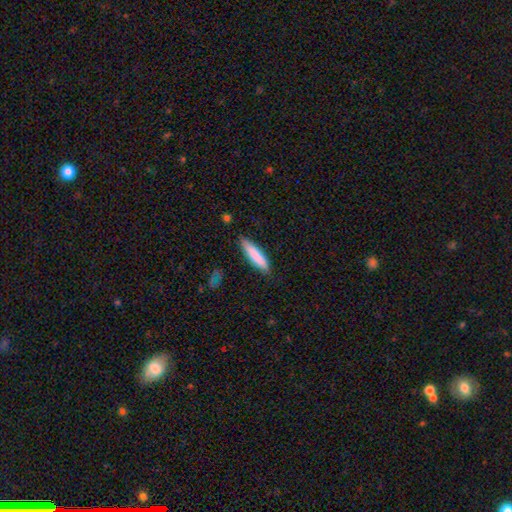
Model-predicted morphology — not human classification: Q: Smooth or featured?
A: smooth (82%); runner-up: featured or disk (12%)
Q: How rounded?
A: cigar-shaped (80%); runner-up: in between (19%)
Q: Merging?
A: none (84%); runner-up: minor disturbance (12%)